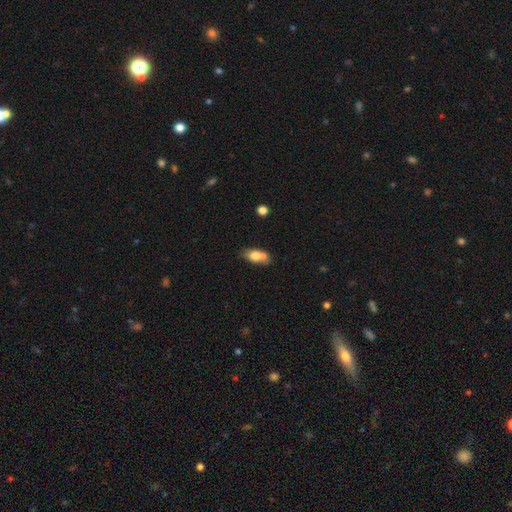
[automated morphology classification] Smooth or featured: smooth — 71% (featured or disk — 21%)
How rounded: in between — 77% (round — 16%)
Merging: merger — 42% (none — 40%)